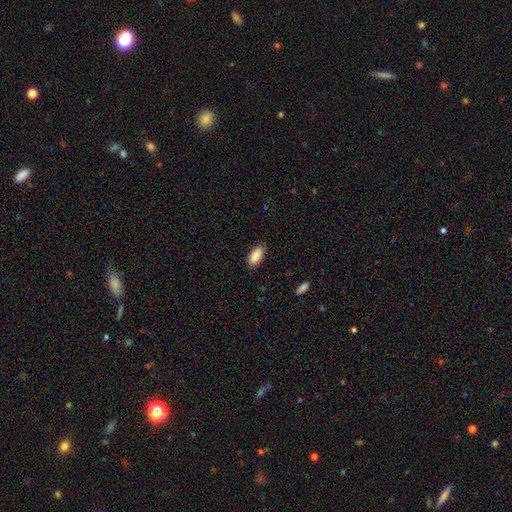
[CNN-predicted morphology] A smooth galaxy with no disk features (90%) that is in between round and cigar-shaped (90%). Merging: none (86%).